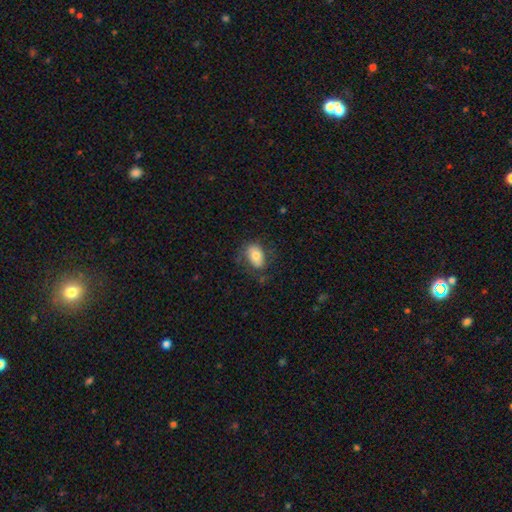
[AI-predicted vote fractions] Smooth or featured: smooth — 72% (featured or disk — 20%)
How rounded: in between — 85% (round — 13%)
Merging: none — 65% (minor disturbance — 21%)